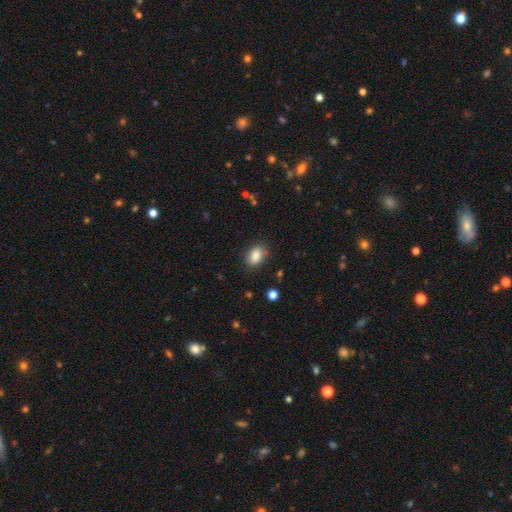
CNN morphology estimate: Smooth or featured?
  - smooth: 86% *
  - star or artifact: 8%
  - featured or disk: 5%
How rounded?
  - in between: 80% *
  - round: 19%
  - cigar-shaped: 1%
Merging?
  - none: 82% *
  - minor disturbance: 13%
  - major disturbance: 4%
  - merger: 2%